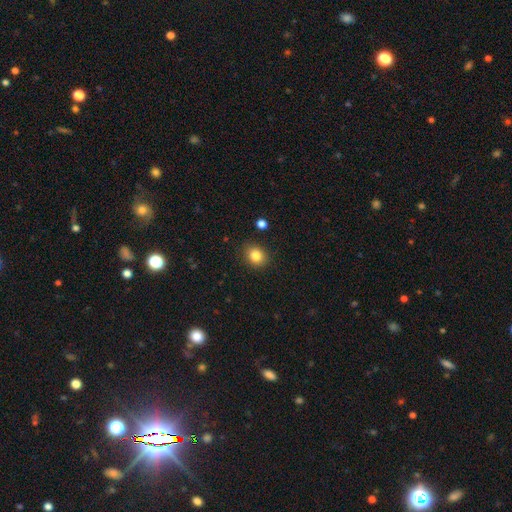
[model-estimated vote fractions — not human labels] smooth-or-featured: smooth: 84% | star or artifact: 11% | featured or disk: 6%
  how-rounded: round: 65% | in between: 34% | cigar-shaped: 1%
  merging: none: 88% | minor disturbance: 9% | major disturbance: 2% | merger: 2%